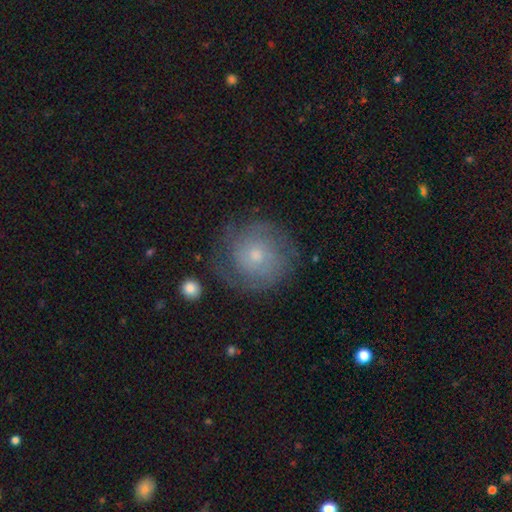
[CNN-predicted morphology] Overall: featured or disk (60%; smooth 31%). Edge-on disk: no (97%). Bar: no (80%). Spiral arms: yes (86%). Bulge size: small (50%; moderate 44%). Merging: none (75%).